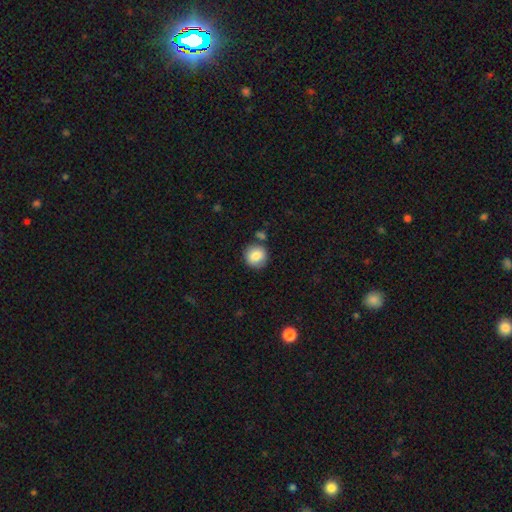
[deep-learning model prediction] This is clearly a smooth galaxy (85%). How rounded: clearly round (91%). Merging: likely none (80%).